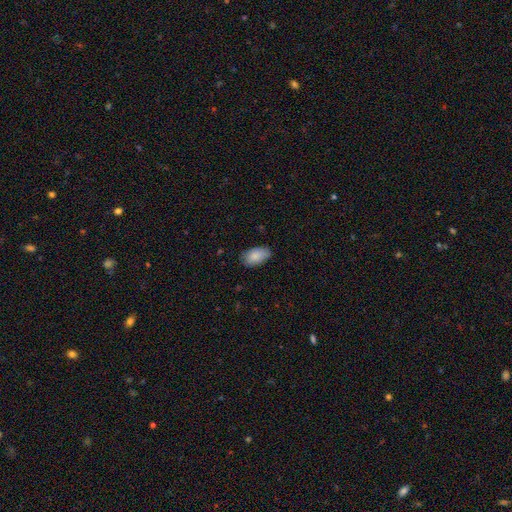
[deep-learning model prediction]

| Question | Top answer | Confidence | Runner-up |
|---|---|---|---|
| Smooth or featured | smooth | 87% | star or artifact (7%) |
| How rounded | in between | 94% | round (4%) |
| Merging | none | 80% | minor disturbance (17%) |